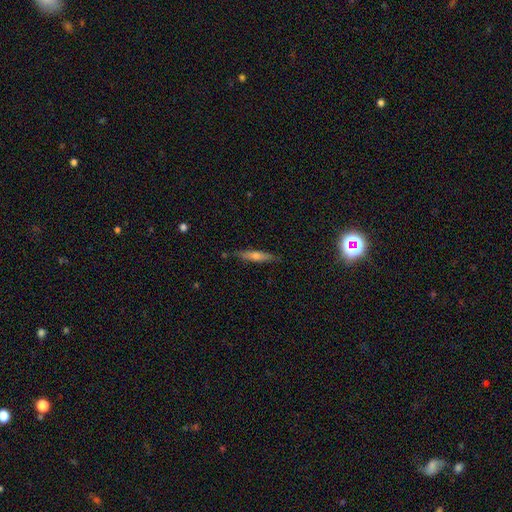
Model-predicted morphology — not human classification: featured or disk 47%, smooth 41%, star or artifact 12%. Down the decision tree: merging — none (86%).